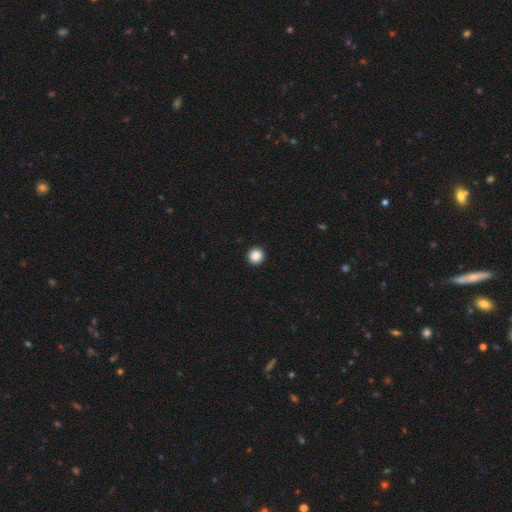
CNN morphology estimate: Overall: smooth (88%). How rounded: round (94%). Merging: none (94%).